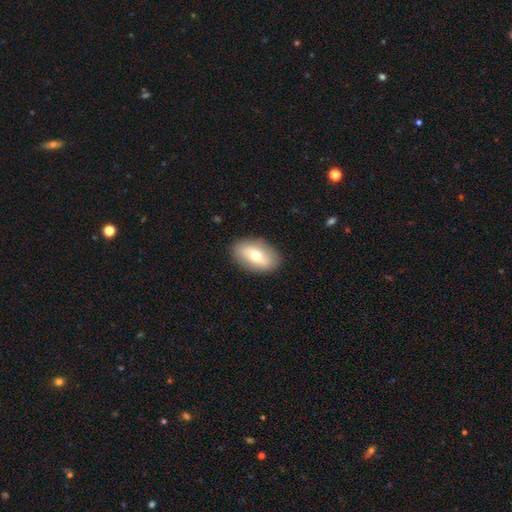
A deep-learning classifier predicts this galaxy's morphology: A smooth galaxy with no disk features (61%) that is in between round and cigar-shaped (90%).

Vote fractions:
- Smooth or featured? smooth: 61% / featured or disk: 32% / star or artifact: 7%
- How rounded? in between: 90% / round: 8% / cigar-shaped: 2%
- Merging? none: 87% / minor disturbance: 10% / major disturbance: 3% / merger: 1%